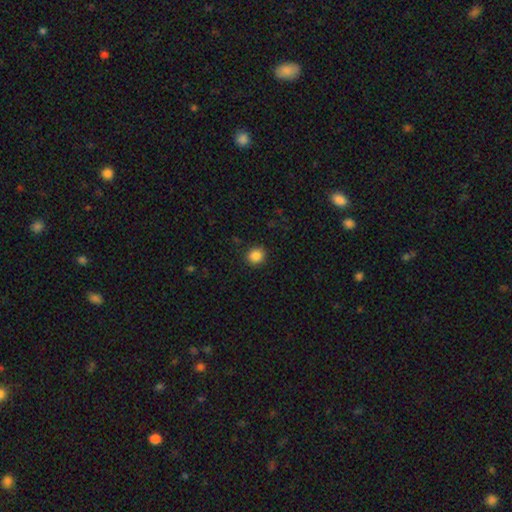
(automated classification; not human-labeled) A smooth galaxy with no disk features (87%) that is round (84%). Merging: none (90%).